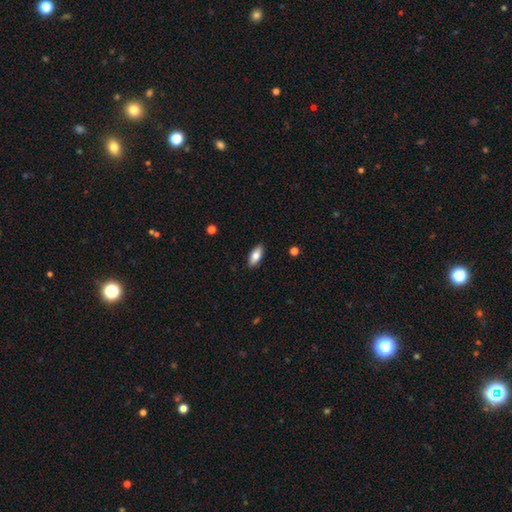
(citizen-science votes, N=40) Smooth or featured? 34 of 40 (85%) said smooth. How rounded? 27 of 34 (79%) said in between. Merging? 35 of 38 (92%) said none.